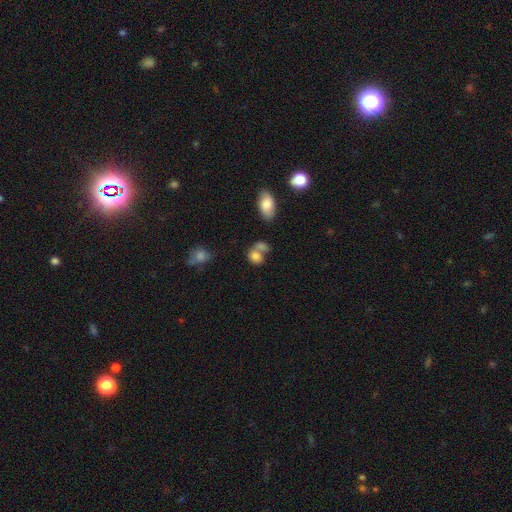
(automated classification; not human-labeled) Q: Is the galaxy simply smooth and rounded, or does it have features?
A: smooth — 78%.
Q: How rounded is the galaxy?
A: in between — 53%.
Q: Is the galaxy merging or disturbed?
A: merger — 46%.